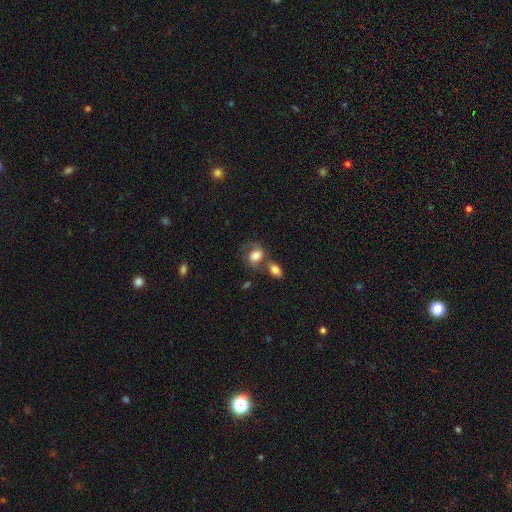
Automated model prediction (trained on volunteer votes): Smooth or featured: smooth — 53% (featured or disk — 38%)
How rounded: in between — 62% (round — 36%)
Merging: merger — 43% (none — 29%)